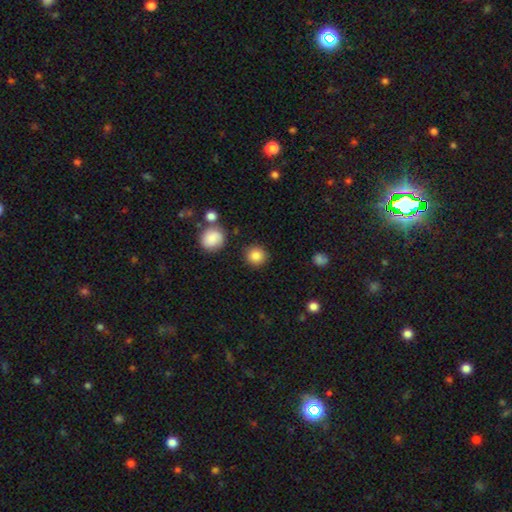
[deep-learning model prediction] Overall: smooth (85%). How rounded: round (93%). Merging: none (88%).